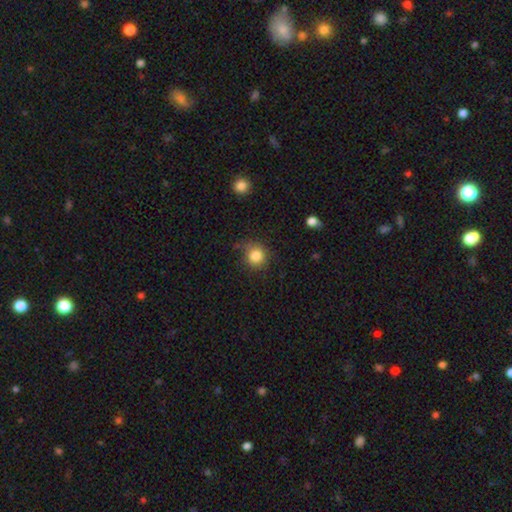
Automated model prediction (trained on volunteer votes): Smooth or featured: smooth — 83% (star or artifact — 11%)
How rounded: round — 89% (in between — 10%)
Merging: none — 74% (minor disturbance — 18%)